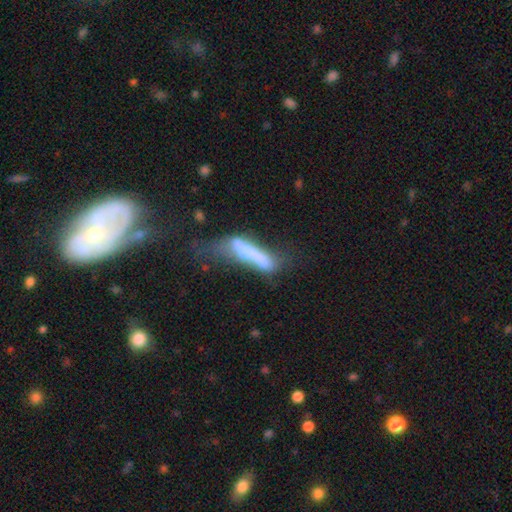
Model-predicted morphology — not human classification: type=smooth (48%); merging=major disturbance (32%).